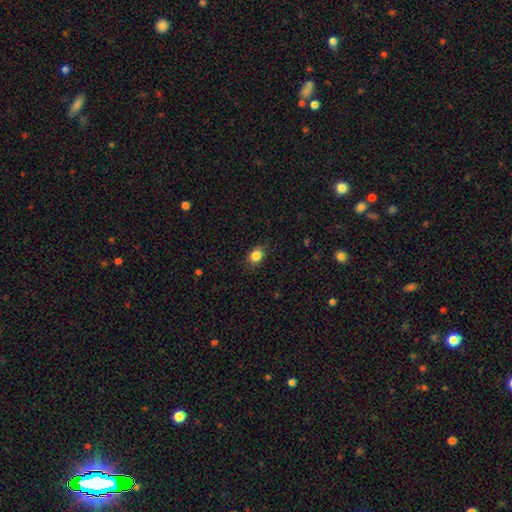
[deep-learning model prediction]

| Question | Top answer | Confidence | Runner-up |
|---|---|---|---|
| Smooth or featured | smooth | 85% | star or artifact (10%) |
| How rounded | in between | 55% | round (44%) |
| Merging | none | 82% | minor disturbance (14%) |